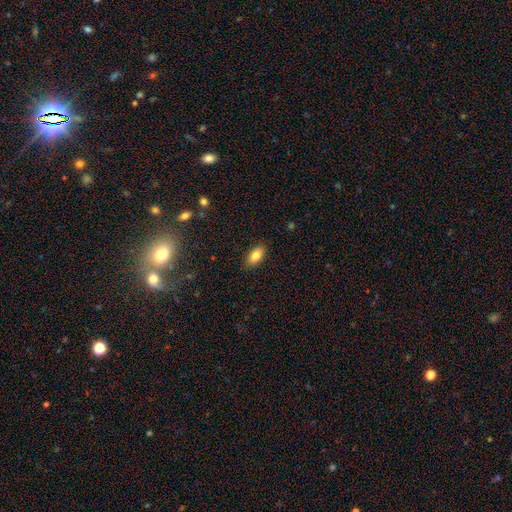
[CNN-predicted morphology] Smooth or featured? Predicted: smooth (p=0.83). How rounded? Predicted: in between (p=0.91). Merging? Predicted: none (p=0.88).